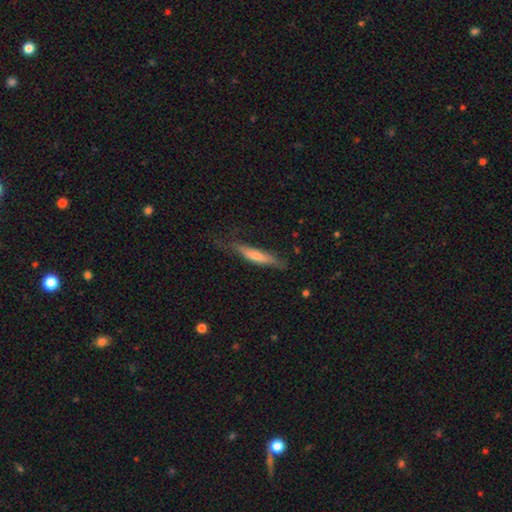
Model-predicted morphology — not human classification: type=smooth (56%); roundness=cigar-shaped (88%); merging=none (61%).